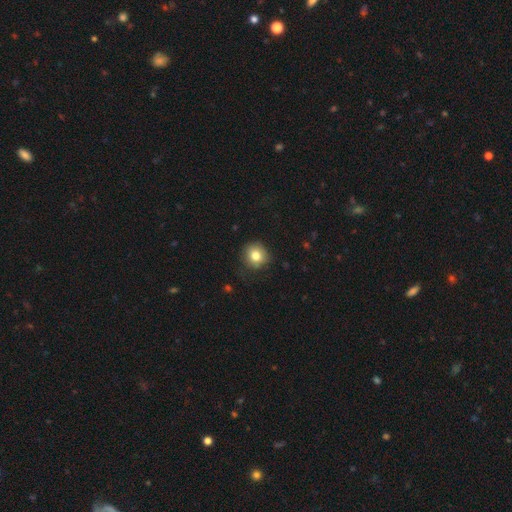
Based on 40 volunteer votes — smooth-or-featured: smooth: 80% | star or artifact: 12% | featured or disk: 8%
  how-rounded: round: 97% | in between: 3% | cigar-shaped: 0%
  merging: none: 89% | minor disturbance: 11% | major disturbance: 0% | merger: 0%